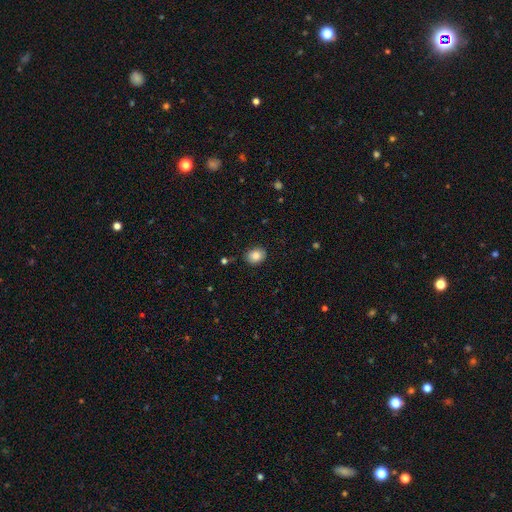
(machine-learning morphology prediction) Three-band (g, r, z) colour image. It shows a smooth galaxy with no disk features (86%) that is round (52%). Merging: none (85%).